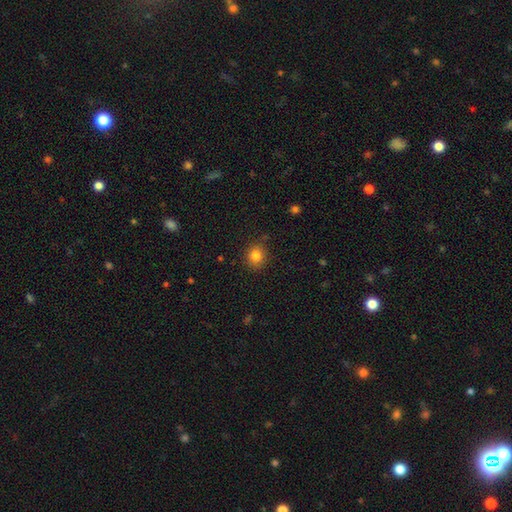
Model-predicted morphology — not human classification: Overall: smooth (82%). How rounded: round (86%). Merging: none (87%).